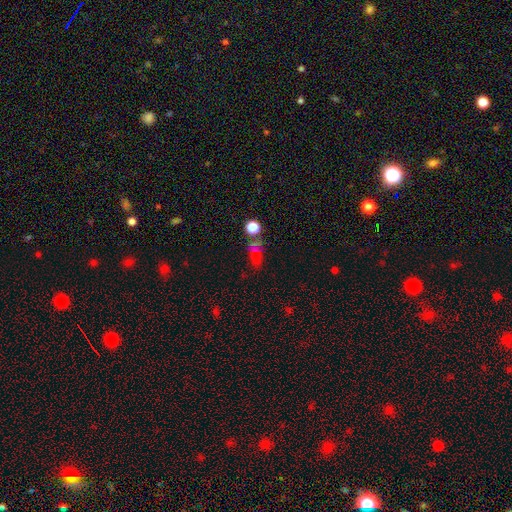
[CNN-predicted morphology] smooth-or-featured: smooth: 48% | star or artifact: 42% | featured or disk: 10%
  merging: none: 64% | minor disturbance: 15% | merger: 11% | major disturbance: 10%